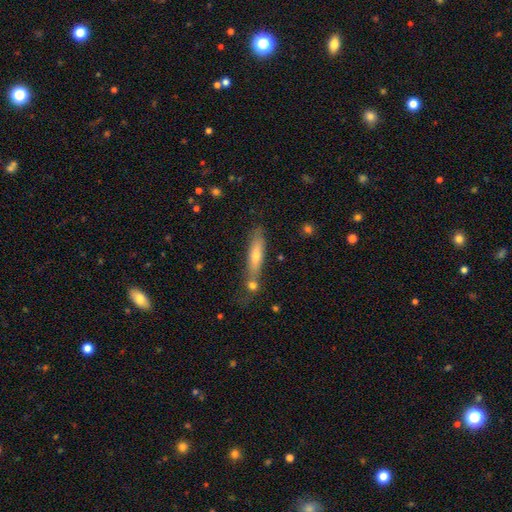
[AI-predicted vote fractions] The model was most divided on "smooth or featured": smooth: 54%, featured or disk: 39%, star or artifact: 7%. More confident: how rounded — cigar-shaped (83%); merging — none (65%).